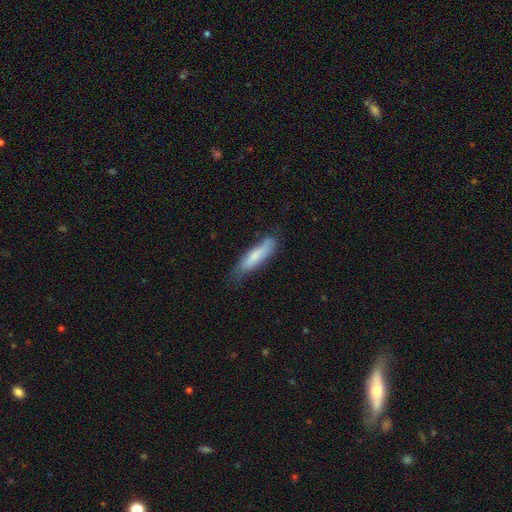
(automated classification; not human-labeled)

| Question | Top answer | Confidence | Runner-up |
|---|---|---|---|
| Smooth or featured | smooth | 73% | featured or disk (21%) |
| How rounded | cigar-shaped | 69% | in between (29%) |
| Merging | none | 64% | minor disturbance (28%) |